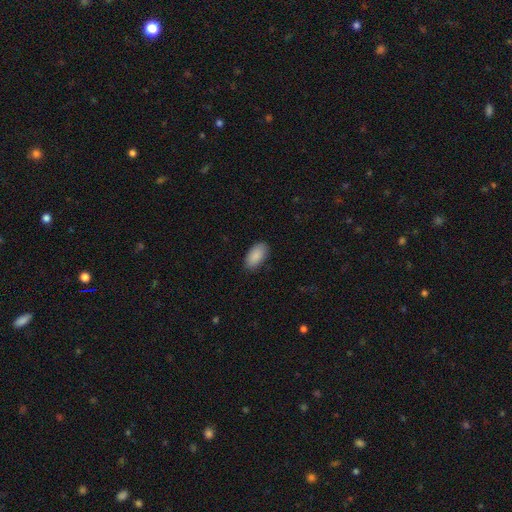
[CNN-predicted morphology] Overall: smooth (90%). How rounded: in between (95%). Merging: none (86%).